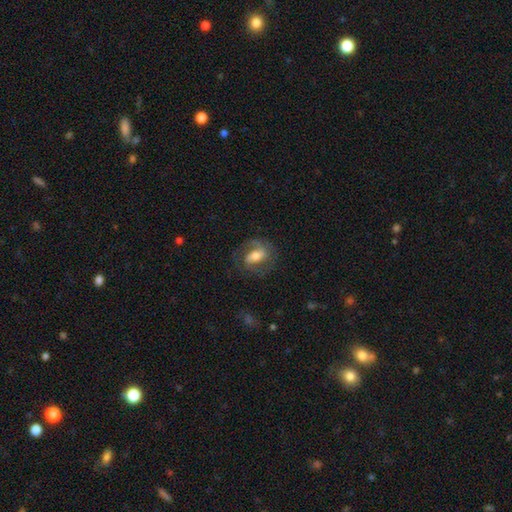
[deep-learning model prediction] A featured or disk galaxy (66%) with a weak bar (39%), 2 (81%) medium (50%) spiral arms (84%) and a moderate central bulge (60%). Merging: none (70%).